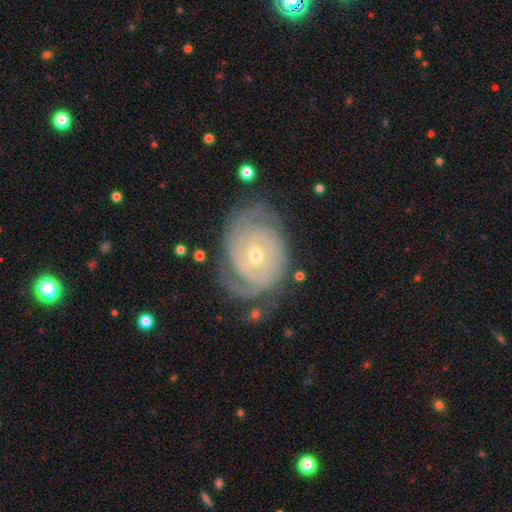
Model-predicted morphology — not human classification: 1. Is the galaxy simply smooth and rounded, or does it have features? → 90% featured or disk, 5% star or artifact, 5% smooth.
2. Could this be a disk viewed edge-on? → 97% no, 3% yes.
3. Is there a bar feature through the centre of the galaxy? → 55% no, 33% weak, 11% strong.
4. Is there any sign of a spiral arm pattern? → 98% yes, 2% no.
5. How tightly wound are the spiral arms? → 83% tight, 15% medium, 2% loose.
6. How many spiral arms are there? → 25% 3, 24% 2, 19% 4, 19% can't tell, 7% more than 4, 6% 1.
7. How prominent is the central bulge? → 64% small, 33% moderate, 1% large, 1% none, 1% dominant.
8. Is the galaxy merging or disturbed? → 75% none, 18% minor disturbance, 6% major disturbance, 2% merger.